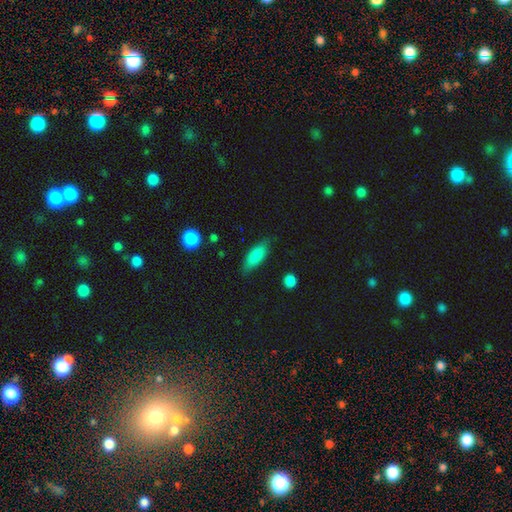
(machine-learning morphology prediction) Smooth or featured?
  - smooth: 84% *
  - featured or disk: 10%
  - star or artifact: 6%
How rounded?
  - in between: 70% *
  - cigar-shaped: 28%
  - round: 2%
Merging?
  - none: 76% *
  - minor disturbance: 18%
  - major disturbance: 4%
  - merger: 2%